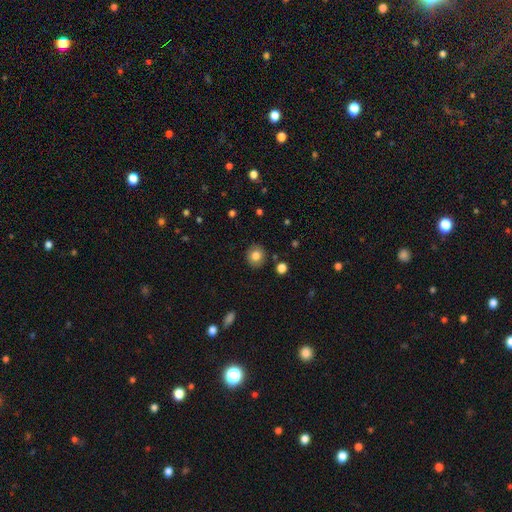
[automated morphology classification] A smooth galaxy with no disk features (80%) that is round (87%).

Vote fractions:
- Smooth or featured? smooth: 80% / featured or disk: 10% / star or artifact: 9%
- How rounded? round: 87% / in between: 13% / cigar-shaped: 1%
- Merging? none: 89% / minor disturbance: 7% / major disturbance: 2% / merger: 2%